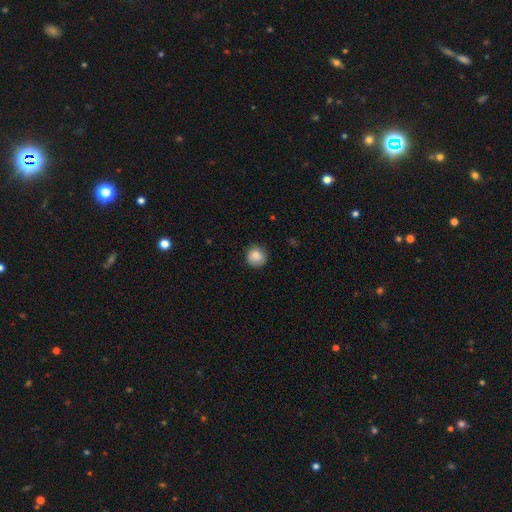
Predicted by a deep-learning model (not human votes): Smooth or featured? Predicted: smooth (p=0.84). How rounded? Predicted: round (p=0.91). Merging? Predicted: none (p=0.83).